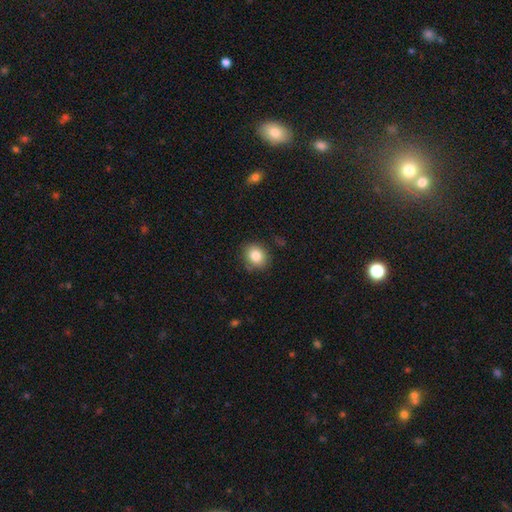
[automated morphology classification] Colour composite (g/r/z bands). It shows a smooth galaxy with no disk features (83%) that is round (70%). Merging: none (84%).